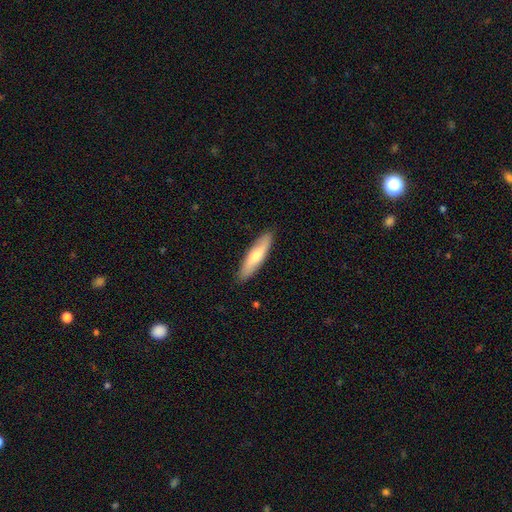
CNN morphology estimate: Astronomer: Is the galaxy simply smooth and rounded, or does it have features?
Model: smooth — 65%.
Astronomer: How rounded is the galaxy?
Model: cigar-shaped — 75%.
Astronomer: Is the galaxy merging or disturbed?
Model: none — 89%.